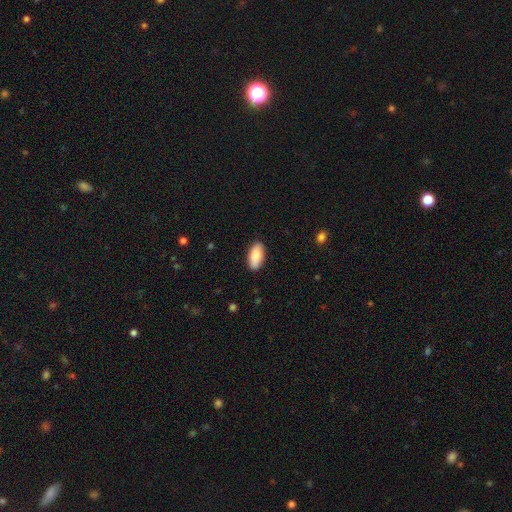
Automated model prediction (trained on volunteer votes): smooth 88%, featured or disk 6%, star or artifact 6%. Down the decision tree: how rounded — in between (91%); merging — none (88%).